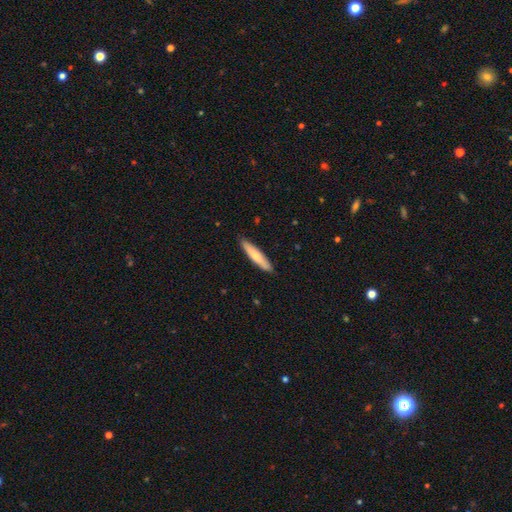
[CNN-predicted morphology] The model was most divided on "smooth or featured": smooth: 71%, featured or disk: 24%, star or artifact: 5%. More confident: merging — none (90%); how rounded — cigar-shaped (86%).